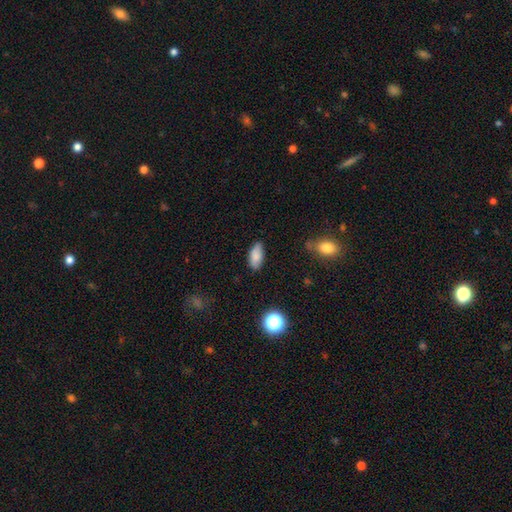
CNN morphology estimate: This is clearly a smooth galaxy (85%). How rounded: clearly in between (88%). Merging: likely none (80%).